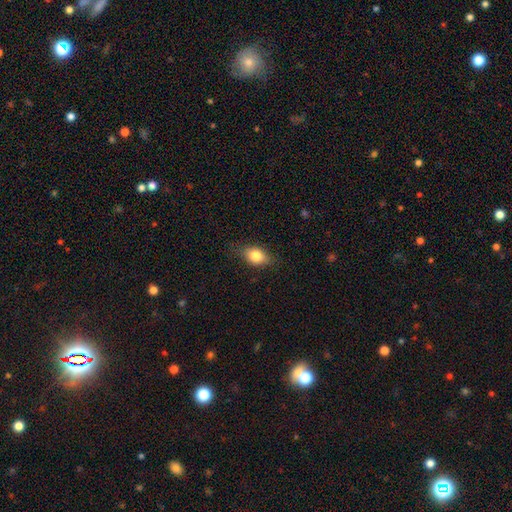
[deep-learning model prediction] This appears to be a smooth galaxy with no disk features (79%) that is in between round and cigar-shaped (78%). Merging: none (80%).